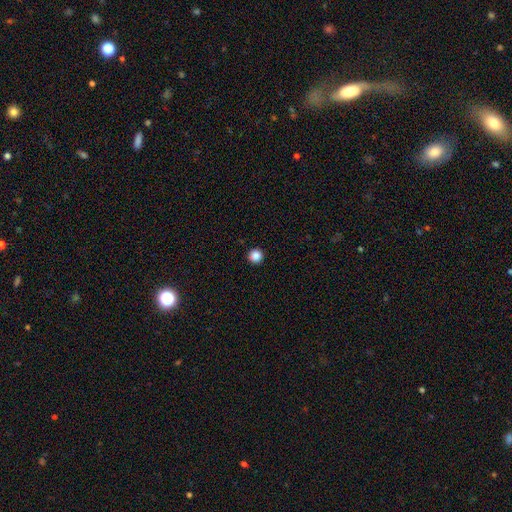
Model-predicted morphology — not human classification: A smooth galaxy with no disk features (86%) that is round (97%).

Vote fractions:
- Smooth or featured? smooth: 86% / star or artifact: 11% / featured or disk: 3%
- How rounded? round: 97% / in between: 2% / cigar-shaped: 1%
- Merging? none: 94% / minor disturbance: 4% / major disturbance: 1% / merger: 1%